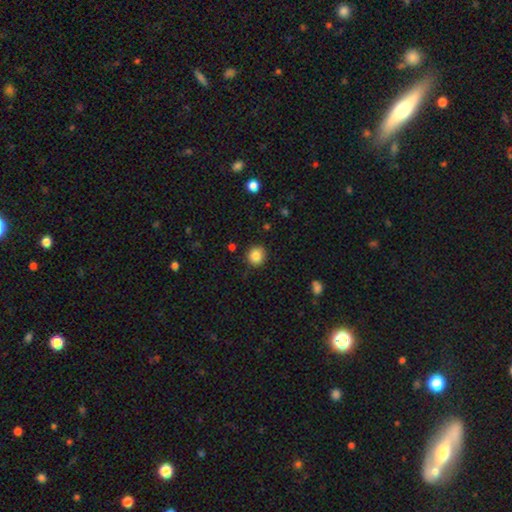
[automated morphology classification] smooth_or_featured: smooth (p=0.86) [alt: star or artifact p=0.10]
how_rounded: round (p=0.88) [alt: in between p=0.11]
merging: none (p=0.89) [alt: minor disturbance p=0.08]